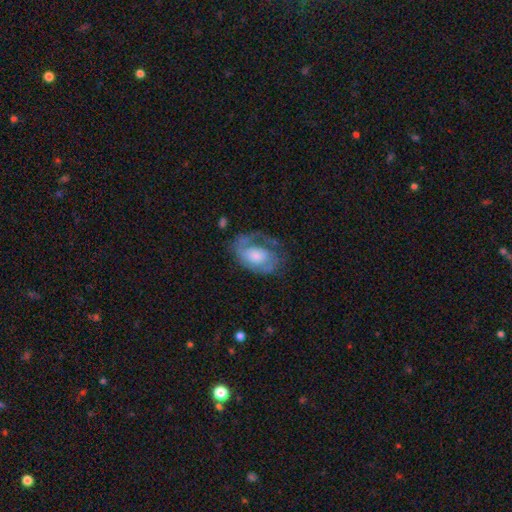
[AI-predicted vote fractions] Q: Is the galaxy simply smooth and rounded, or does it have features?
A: featured or disk — 65%.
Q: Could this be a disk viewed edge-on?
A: no — 96%.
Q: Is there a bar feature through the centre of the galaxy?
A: no — 72%.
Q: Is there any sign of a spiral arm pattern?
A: yes — 80%.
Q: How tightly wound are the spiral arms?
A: tight — 39%, tied with medium.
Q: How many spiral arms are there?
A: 1 — 48%.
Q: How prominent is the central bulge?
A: moderate — 37%.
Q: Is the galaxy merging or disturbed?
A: none — 47%.